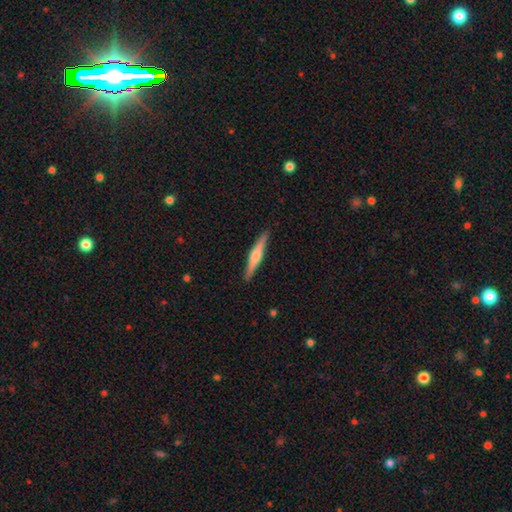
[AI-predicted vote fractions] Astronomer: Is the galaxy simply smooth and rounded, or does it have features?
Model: featured or disk — 56% (runner-up: smooth, 39%).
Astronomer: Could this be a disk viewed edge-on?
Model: yes — 97%.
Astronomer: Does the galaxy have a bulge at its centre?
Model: rounded — 80%.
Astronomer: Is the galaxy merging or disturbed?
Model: none — 90%.